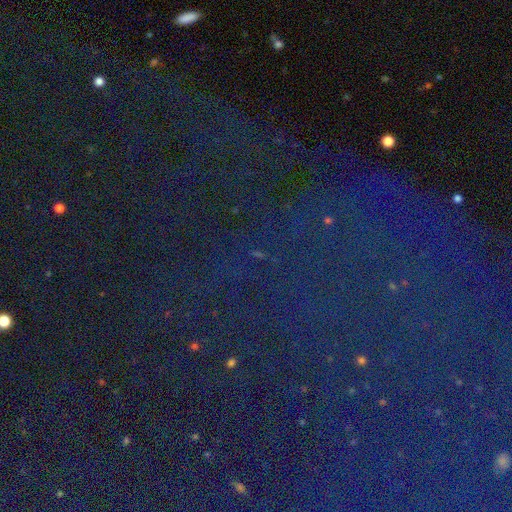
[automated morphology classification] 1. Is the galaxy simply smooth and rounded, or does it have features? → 84% star or artifact, 9% smooth, 8% featured or disk.